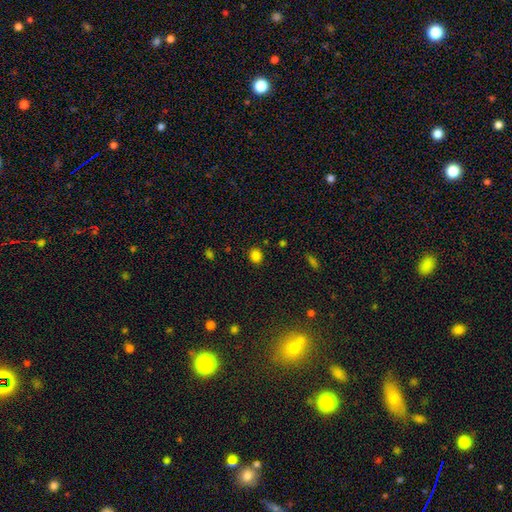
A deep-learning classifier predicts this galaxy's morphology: This appears to be a smooth galaxy with no disk features (82%) that is round (73%). Merging: none (88%).